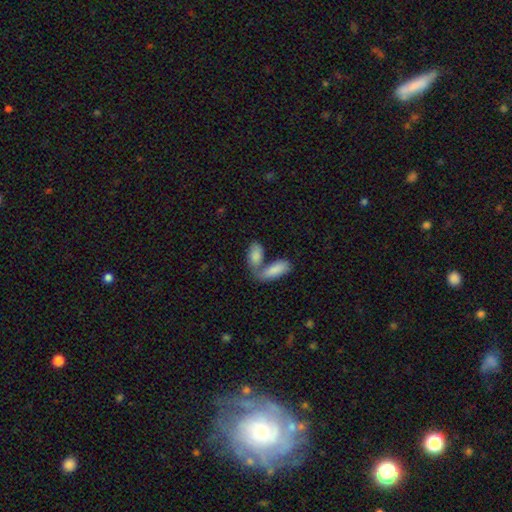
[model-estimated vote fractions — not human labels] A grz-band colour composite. It shows a smooth galaxy with no disk features (83%) that is in between round and cigar-shaped (87%). Merging: merger (56%).